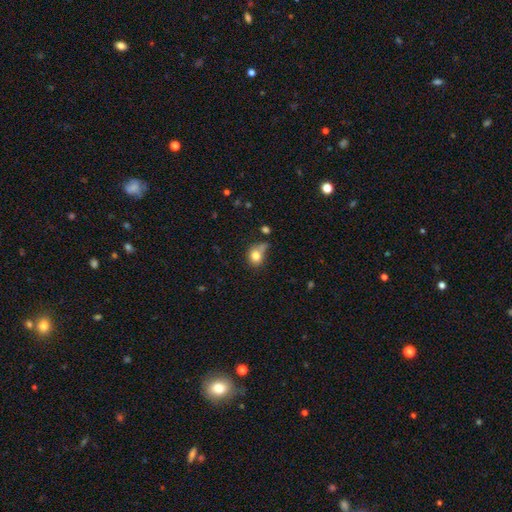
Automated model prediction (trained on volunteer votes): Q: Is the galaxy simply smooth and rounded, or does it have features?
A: smooth — 79%.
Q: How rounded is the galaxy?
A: round — 63%.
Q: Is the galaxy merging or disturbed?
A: none — 40%.